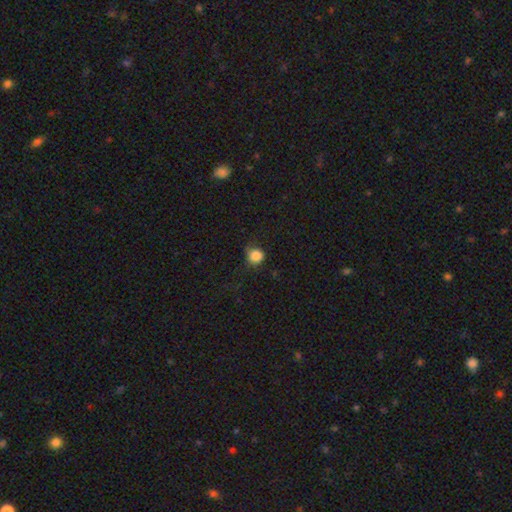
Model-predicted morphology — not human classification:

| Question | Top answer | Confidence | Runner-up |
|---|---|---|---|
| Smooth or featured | smooth | 85% | star or artifact (10%) |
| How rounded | round | 82% | in between (17%) |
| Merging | none | 60% | minor disturbance (27%) |